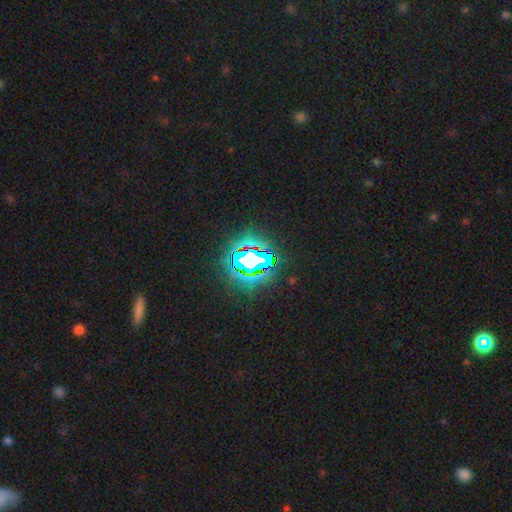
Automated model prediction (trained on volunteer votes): The model was most divided on "smooth or featured": star or artifact: 76%, smooth: 12%, featured or disk: 12%.